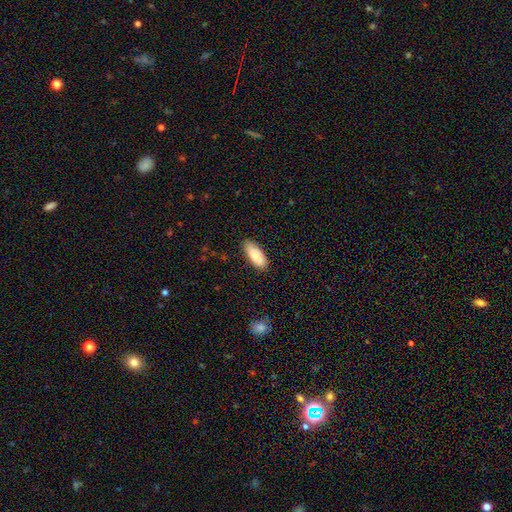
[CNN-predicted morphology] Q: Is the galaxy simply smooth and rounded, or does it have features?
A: smooth — 85%.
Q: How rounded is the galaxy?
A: in between — 81%.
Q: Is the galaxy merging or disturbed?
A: none — 80%.